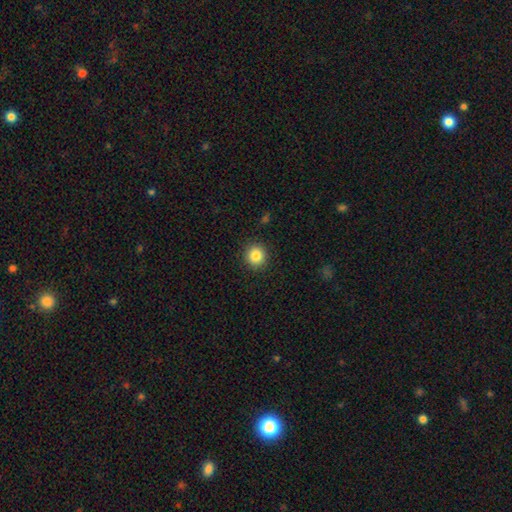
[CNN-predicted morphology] A smooth galaxy with no disk features (85%) that is round (92%).

Vote fractions:
- Smooth or featured? smooth: 85% / star or artifact: 10% / featured or disk: 5%
- How rounded? round: 92% / in between: 7% / cigar-shaped: 1%
- Merging? none: 91% / minor disturbance: 6% / major disturbance: 2% / merger: 1%